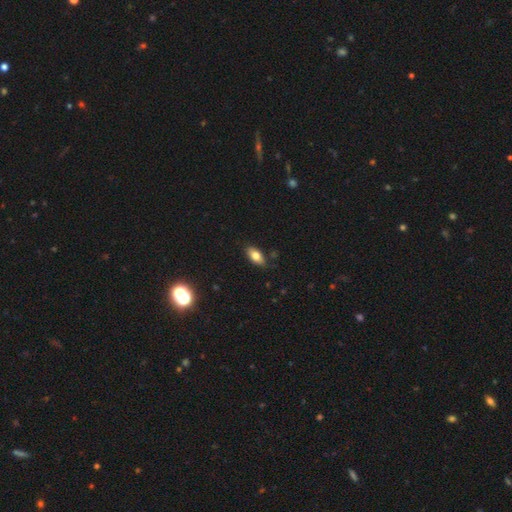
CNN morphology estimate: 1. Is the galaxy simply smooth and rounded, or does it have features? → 79% smooth, 12% featured or disk, 9% star or artifact.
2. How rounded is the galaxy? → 89% in between, 6% cigar-shaped, 5% round.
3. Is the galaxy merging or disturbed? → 82% none, 14% minor disturbance, 2% major disturbance, 2% merger.